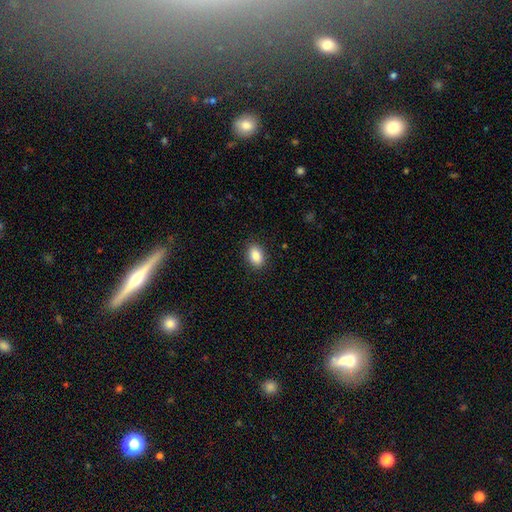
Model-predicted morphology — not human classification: Q: Smooth or featured?
A: smooth (88%); runner-up: star or artifact (8%)
Q: How rounded?
A: in between (86%); runner-up: round (12%)
Q: Merging?
A: none (89%); runner-up: minor disturbance (8%)